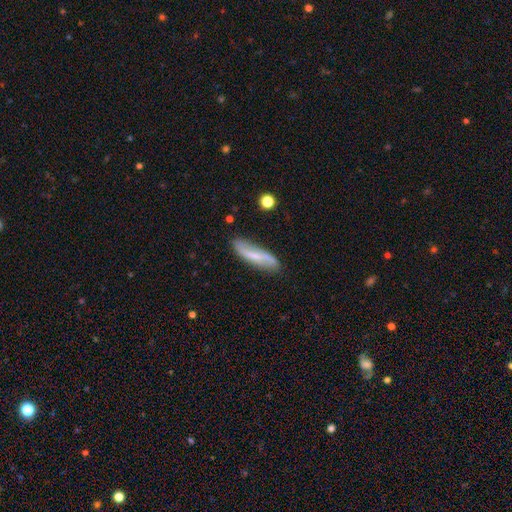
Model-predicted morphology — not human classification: Smooth or featured? featured or disk (59%)
Edge-on disk? no (76%)
Merging? none (78%)